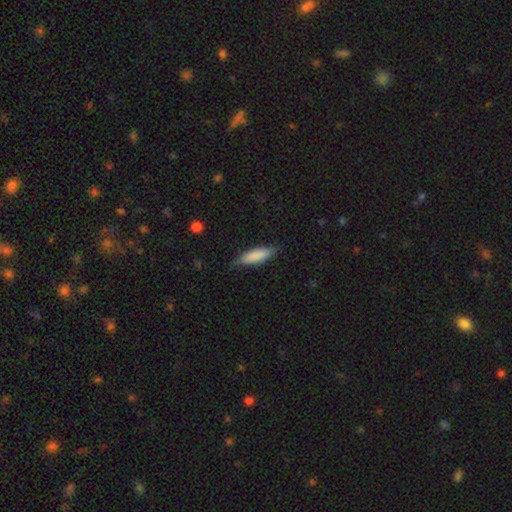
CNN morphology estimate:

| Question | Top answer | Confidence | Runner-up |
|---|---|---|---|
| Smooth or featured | smooth | 78% | featured or disk (16%) |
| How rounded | cigar-shaped | 59% | in between (39%) |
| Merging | none | 79% | minor disturbance (17%) |